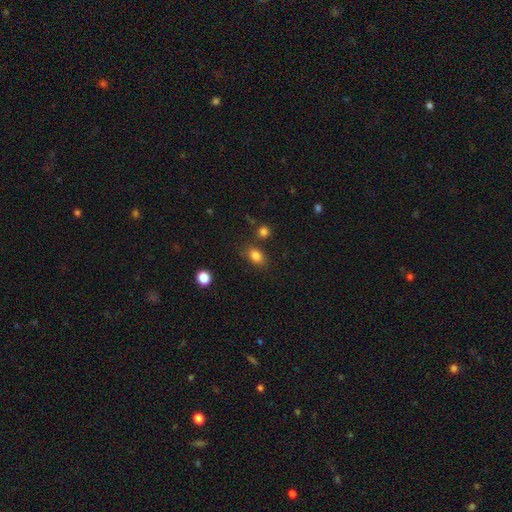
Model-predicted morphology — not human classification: type=smooth (83%); roundness=in between (69%); merging=none (75%).